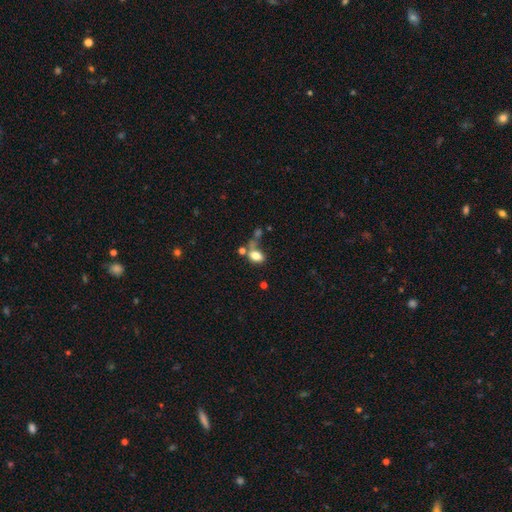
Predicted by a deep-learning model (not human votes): The model was most divided on "merging": none: 41%, merger: 30%, minor disturbance: 16%, major disturbance: 12%. More confident: how rounded — in between (81%); smooth or featured — smooth (78%).